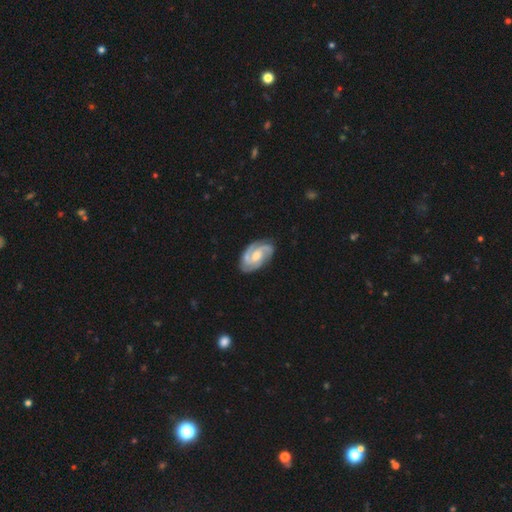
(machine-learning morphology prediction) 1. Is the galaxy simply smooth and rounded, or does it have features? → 88% featured or disk, 8% smooth, 4% star or artifact.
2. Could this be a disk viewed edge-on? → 97% no, 3% yes.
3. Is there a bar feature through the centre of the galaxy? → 51% no, 39% weak, 10% strong.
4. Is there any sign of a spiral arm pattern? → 98% yes, 2% no.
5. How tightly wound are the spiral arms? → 53% tight, 39% medium, 8% loose.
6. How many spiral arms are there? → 55% 2, 28% 3, 8% can't tell, 3% 4, 3% 1, 3% more than 4.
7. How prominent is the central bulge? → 58% moderate, 34% small, 4% large, 3% none, 1% dominant.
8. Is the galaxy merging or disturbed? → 80% none, 15% minor disturbance, 4% major disturbance, 1% merger.